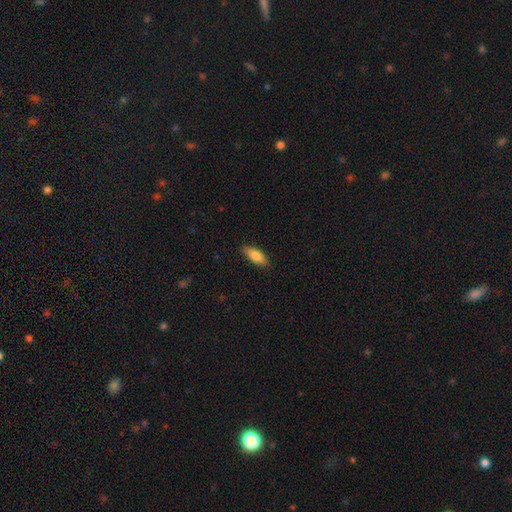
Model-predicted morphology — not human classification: This appears to be a smooth galaxy with no disk features (78%) that is in between round and cigar-shaped (69%). Merging: none (86%).